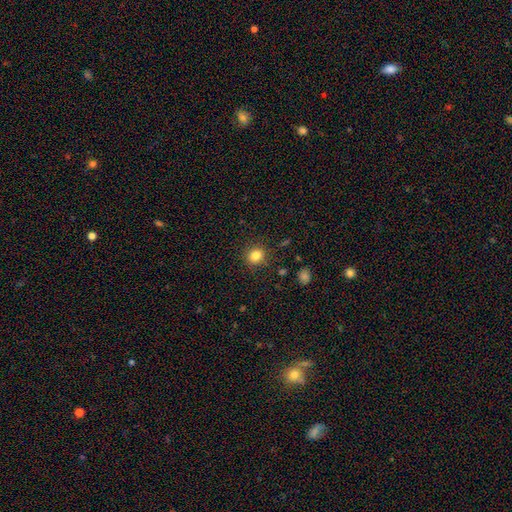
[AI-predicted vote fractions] This appears to be a smooth galaxy with no disk features (83%) that is round (74%). Merging: none (88%).